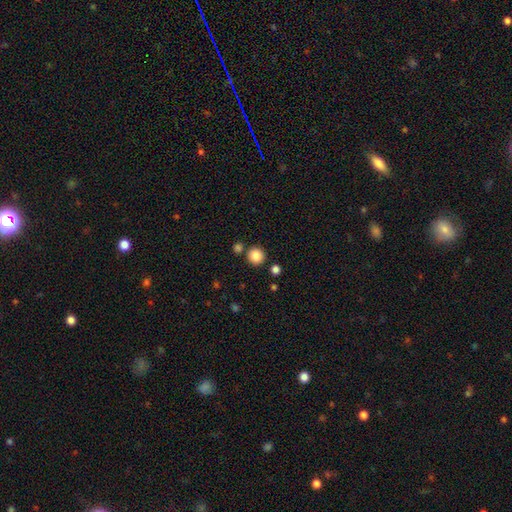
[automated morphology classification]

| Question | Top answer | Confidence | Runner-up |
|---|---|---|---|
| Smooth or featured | smooth | 86% | star or artifact (10%) |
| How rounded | round | 93% | in between (6%) |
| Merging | none | 83% | merger (8%) |